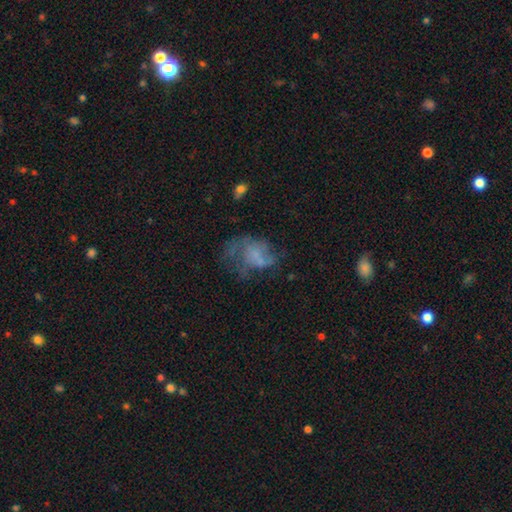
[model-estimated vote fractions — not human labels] Smooth or featured? featured or disk (46%)
Merging? major disturbance (44%)